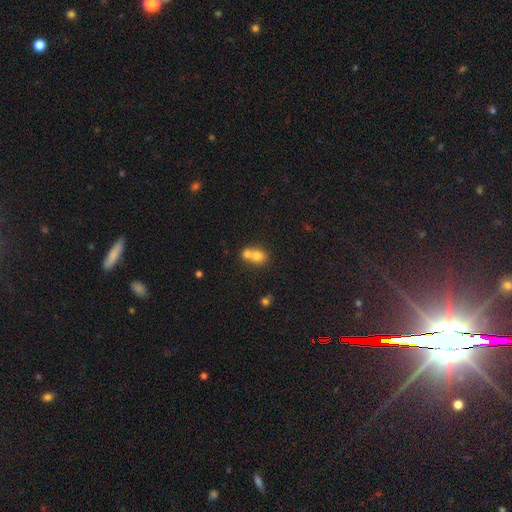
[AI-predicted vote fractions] This is likely a smooth galaxy (73%). How rounded: possibly round (59%). Merging: likely merger (66%).